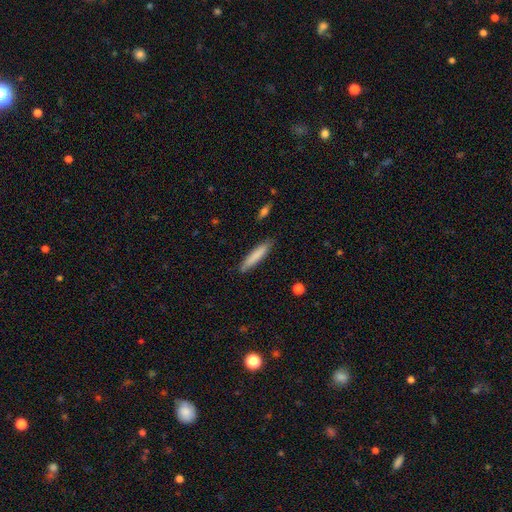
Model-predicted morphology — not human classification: type=smooth (80%); roundness=cigar-shaped (90%); merging=none (86%).